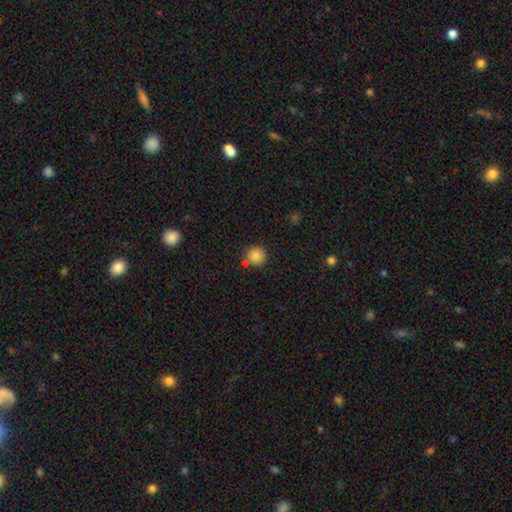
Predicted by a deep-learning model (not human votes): This is clearly a smooth galaxy (85%). How rounded: clearly round (93%). Merging: likely none (73%).